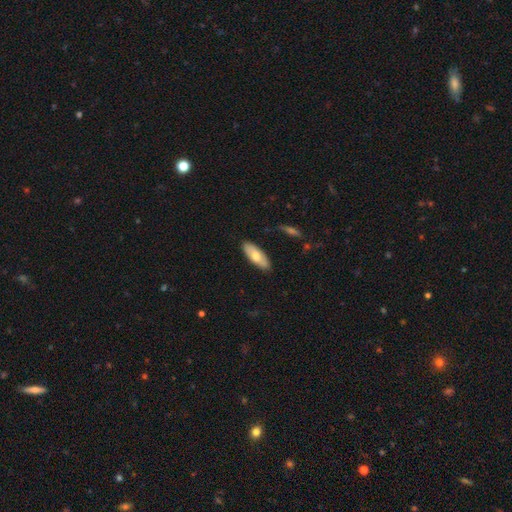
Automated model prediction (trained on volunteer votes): Q: Smooth or featured?
A: smooth (66%); runner-up: featured or disk (28%)
Q: How rounded?
A: in between (75%); runner-up: cigar-shaped (23%)
Q: Merging?
A: none (86%); runner-up: minor disturbance (11%)